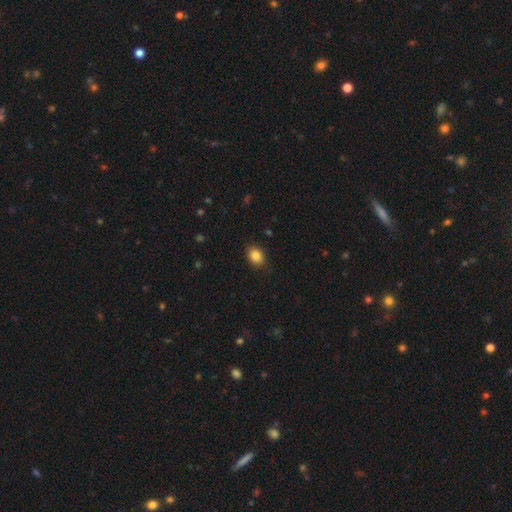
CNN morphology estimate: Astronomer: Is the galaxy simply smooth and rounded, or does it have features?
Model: smooth — 86%.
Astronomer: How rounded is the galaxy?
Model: in between — 60% (runner-up: round, 39%).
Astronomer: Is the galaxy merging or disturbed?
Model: none — 85%.